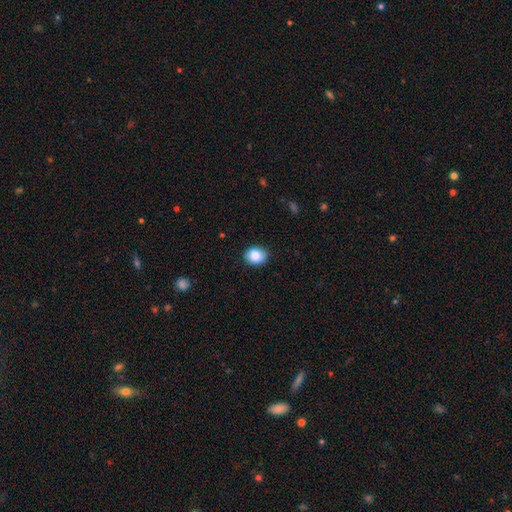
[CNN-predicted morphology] type=smooth (85%); roundness=round (62%); merging=none (86%).